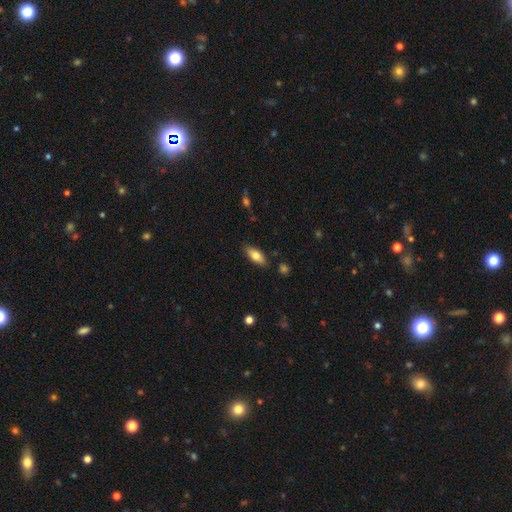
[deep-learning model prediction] The model was most divided on "smooth or featured": smooth: 75%, featured or disk: 19%, star or artifact: 7%. More confident: merging — none (84%); how rounded — in between (79%).